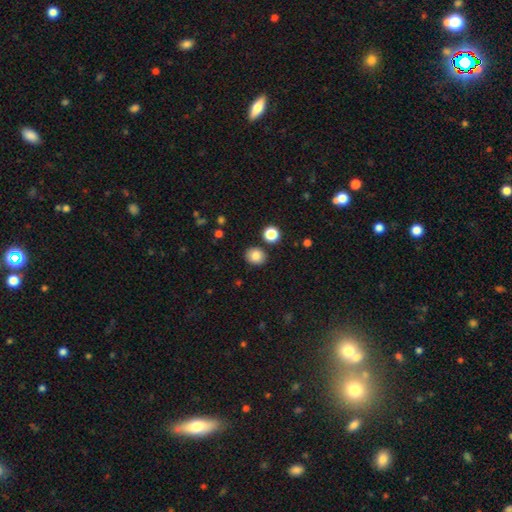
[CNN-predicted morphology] Q: Smooth or featured?
A: smooth (84%); runner-up: star or artifact (11%)
Q: How rounded?
A: round (69%); runner-up: in between (30%)
Q: Merging?
A: none (86%); runner-up: minor disturbance (8%)